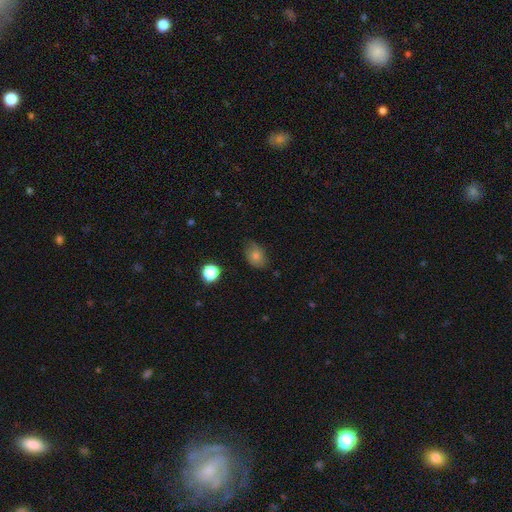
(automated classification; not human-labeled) Smooth or featured? Predicted: smooth (p=0.75). How rounded? Predicted: in between (p=0.68). Merging? Predicted: none (p=0.71).